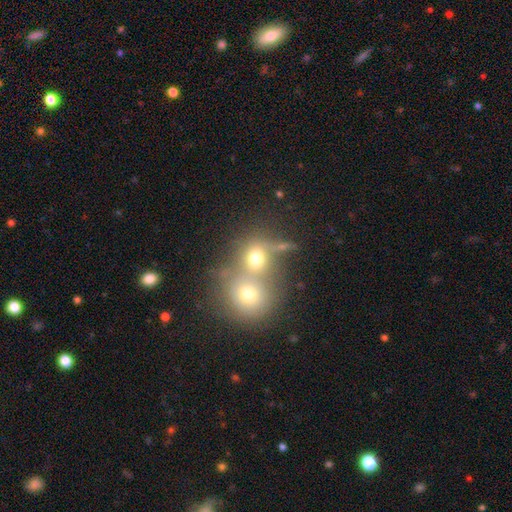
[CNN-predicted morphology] Smooth or featured? smooth (67%)
How rounded? round (77%)
Merging? merger (57%)